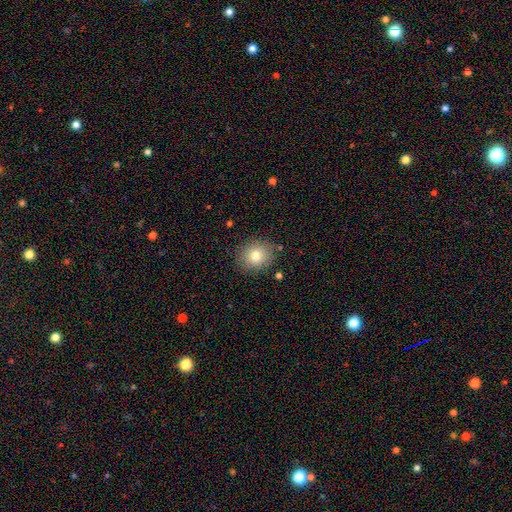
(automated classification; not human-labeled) Q: Smooth or featured?
A: smooth (77%); runner-up: featured or disk (12%)
Q: How rounded?
A: round (74%); runner-up: in between (25%)
Q: Merging?
A: none (86%); runner-up: minor disturbance (10%)